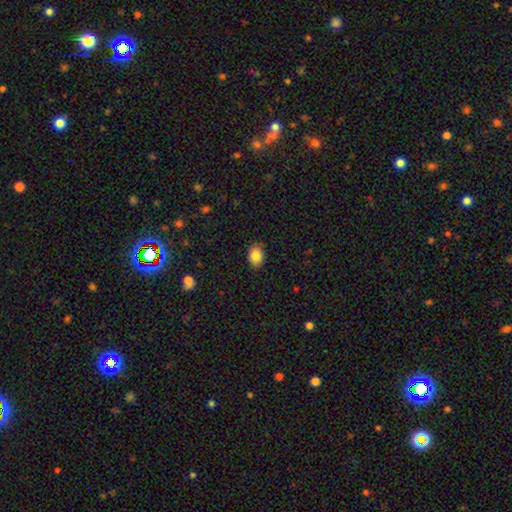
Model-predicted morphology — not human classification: Overall: smooth (85%). How rounded: in between (74%). Merging: none (86%).